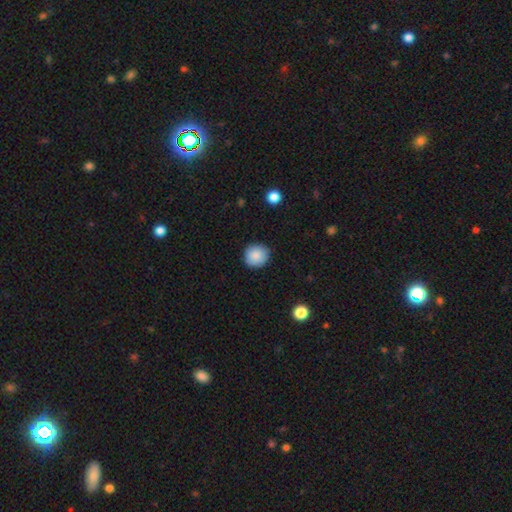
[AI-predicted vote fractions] Smooth or featured? Predicted: smooth (p=0.88). How rounded? Predicted: round (p=0.90). Merging? Predicted: none (p=0.89).